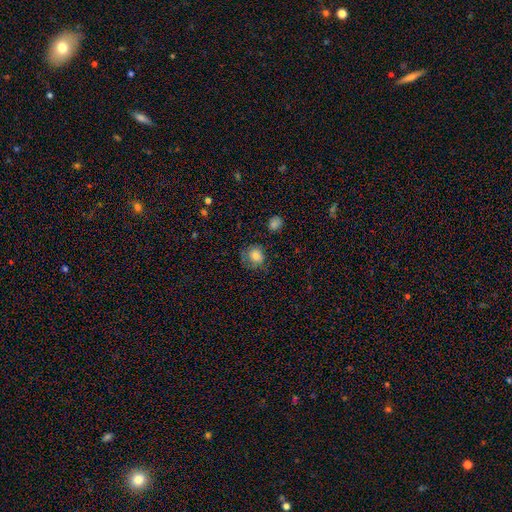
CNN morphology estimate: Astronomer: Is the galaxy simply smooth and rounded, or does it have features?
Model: smooth — 78%.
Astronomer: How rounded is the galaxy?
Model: round — 75%.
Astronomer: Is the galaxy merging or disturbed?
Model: none — 65%.